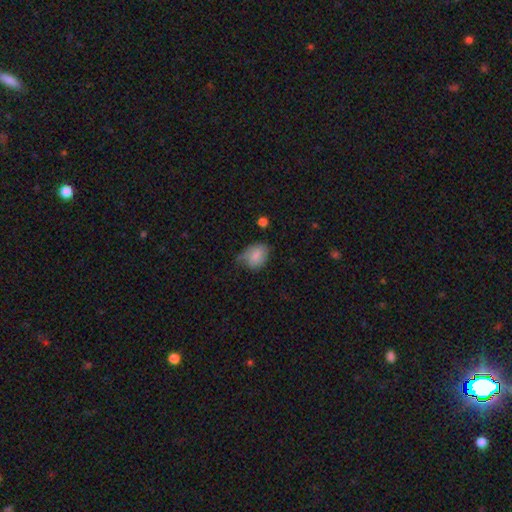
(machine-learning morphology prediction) The model was most divided on "merging" (2-way tie): minor disturbance: 40%, none: 40%, major disturbance: 17%, merger: 3%. More confident: smooth or featured — smooth (75%); how rounded — in between (66%).